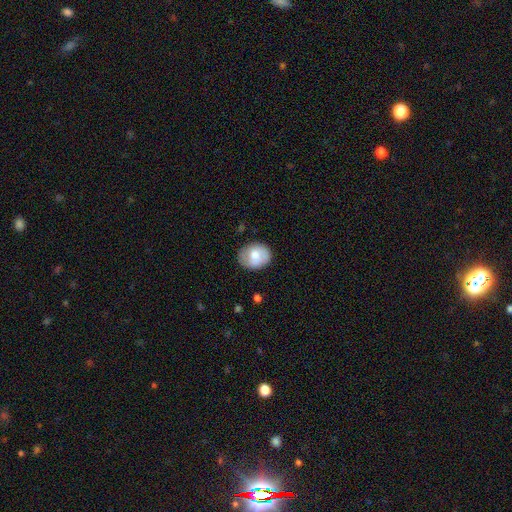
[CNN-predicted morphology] Smooth or featured: smooth — 72% (featured or disk — 22%)
How rounded: in between — 54% (round — 45%)
Merging: none — 81% (minor disturbance — 14%)